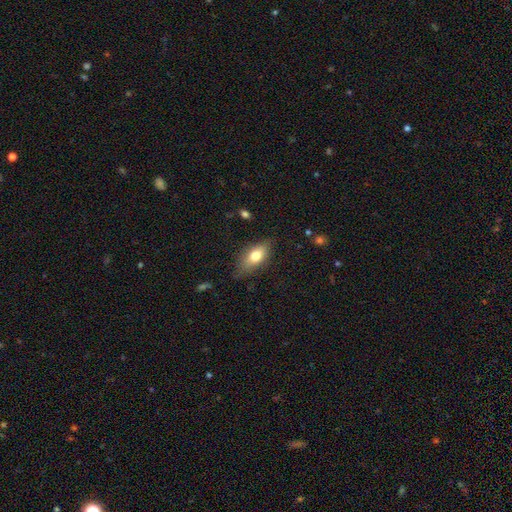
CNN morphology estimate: Q: Smooth or featured?
A: smooth (73%); runner-up: featured or disk (19%)
Q: How rounded?
A: in between (84%); runner-up: cigar-shaped (10%)
Q: Merging?
A: none (72%); runner-up: minor disturbance (22%)